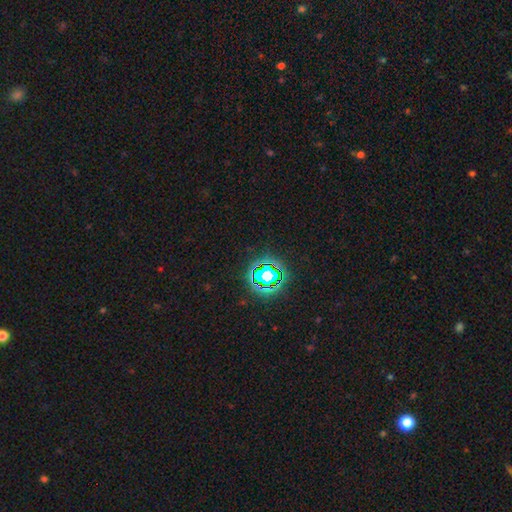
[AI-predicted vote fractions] This appears to be a star or artifact, not a galaxy (77%).